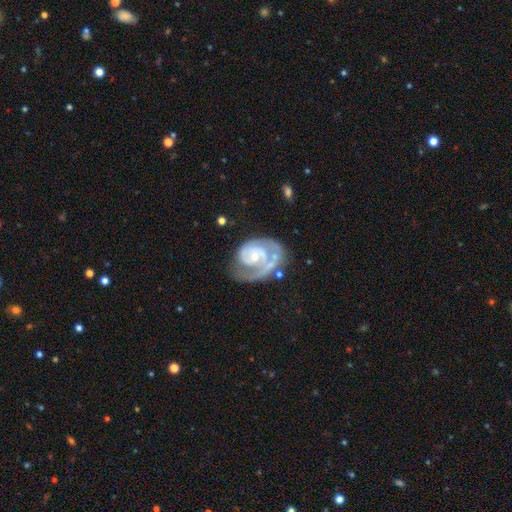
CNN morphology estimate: smooth_or_featured: featured or disk (p=0.84) [alt: smooth p=0.11]
disk_edge_on: no (p=0.98) [alt: yes p=0.02]
bar: no (p=0.65) [alt: weak p=0.29]
has_spiral_arms: yes (p=0.91) [alt: no p=0.09]
spiral_winding: tight (p=0.53) [alt: medium p=0.34]
spiral_arm_count: 1 (p=0.50) [alt: 2 p=0.30]
bulge_size: small (p=0.60) [alt: moderate p=0.32]
merging: none (p=0.47) [alt: major disturbance p=0.25]